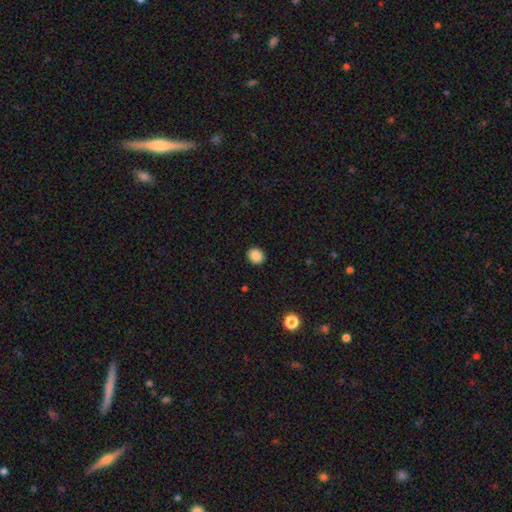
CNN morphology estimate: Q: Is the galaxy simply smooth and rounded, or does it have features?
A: smooth — 88%.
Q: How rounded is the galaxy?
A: round — 80%.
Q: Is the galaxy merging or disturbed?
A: none — 92%.